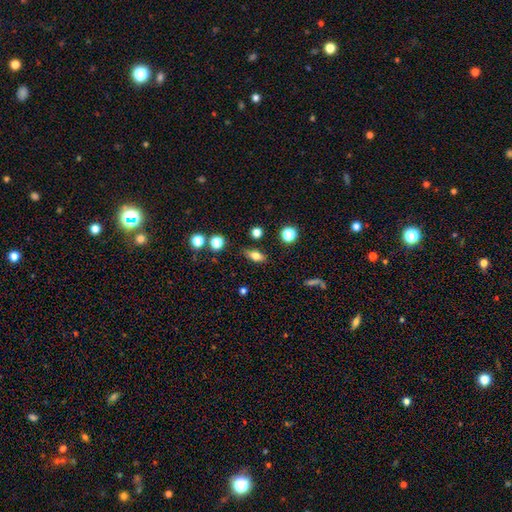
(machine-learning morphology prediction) smooth 73%, featured or disk 16%, star or artifact 11%. Down the decision tree: how rounded — in between (74%); merging — none (79%).